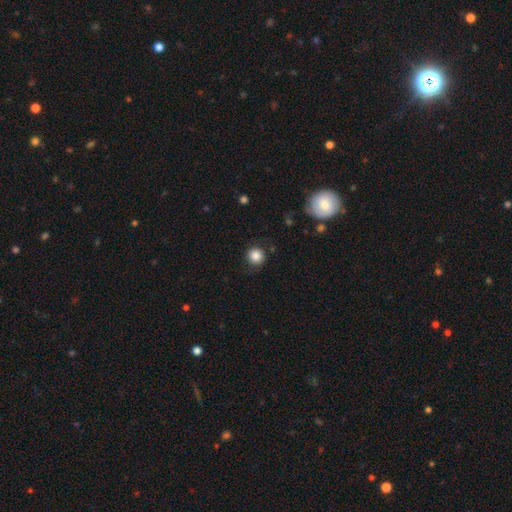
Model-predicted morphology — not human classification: smooth-or-featured: smooth: 84% | star or artifact: 10% | featured or disk: 5%
  how-rounded: round: 94% | in between: 5% | cigar-shaped: 1%
  merging: none: 86% | minor disturbance: 10% | major disturbance: 3% | merger: 1%